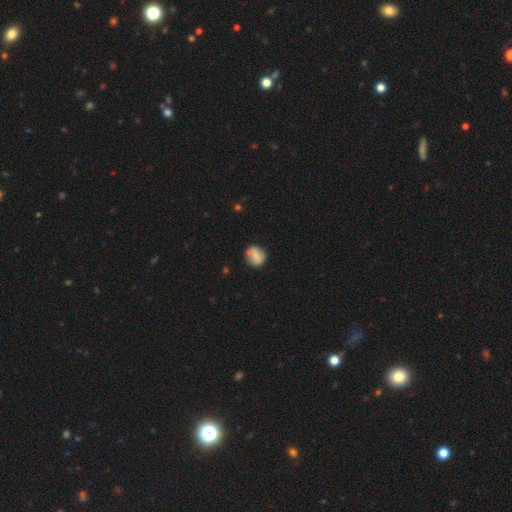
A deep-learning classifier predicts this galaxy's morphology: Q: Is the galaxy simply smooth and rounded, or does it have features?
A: smooth — 58%.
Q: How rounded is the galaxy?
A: round — 76%.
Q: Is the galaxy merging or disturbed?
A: none — 74%.